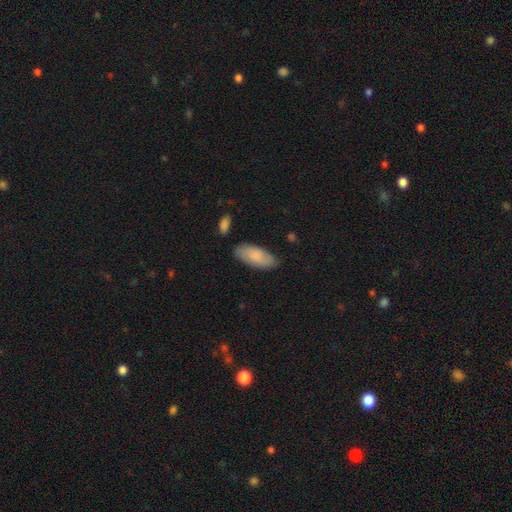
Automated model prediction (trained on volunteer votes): Smooth or featured?
  - smooth: 81% *
  - featured or disk: 14%
  - star or artifact: 6%
How rounded?
  - in between: 84% *
  - cigar-shaped: 15%
  - round: 2%
Merging?
  - none: 78% *
  - minor disturbance: 17%
  - major disturbance: 3%
  - merger: 3%